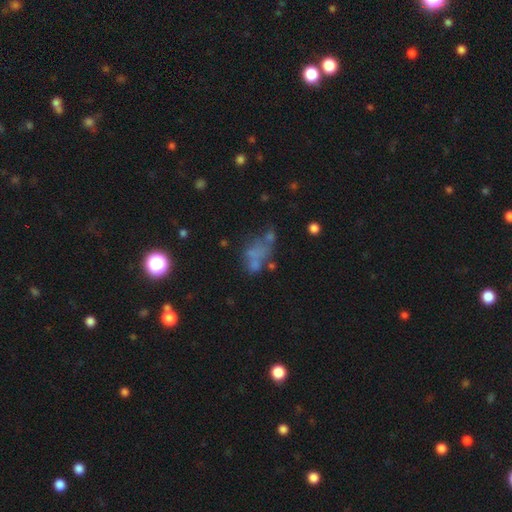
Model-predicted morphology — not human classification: A smooth galaxy with no disk features (45%). Merging: none (36%).